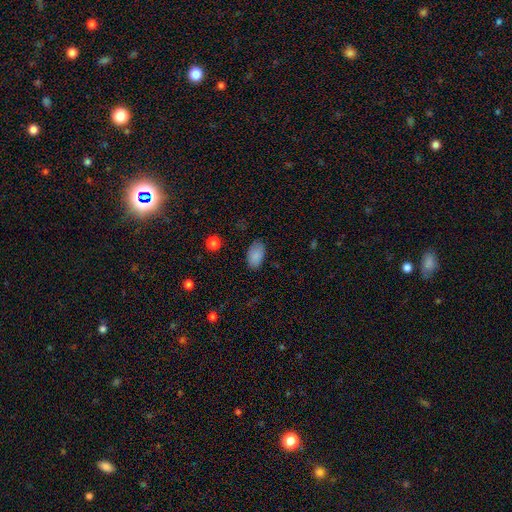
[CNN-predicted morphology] A smooth galaxy with no disk features (86%) that is in between round and cigar-shaped (93%).

Vote fractions:
- Smooth or featured? smooth: 86% / star or artifact: 8% / featured or disk: 5%
- How rounded? in between: 93% / round: 6% / cigar-shaped: 2%
- Merging? none: 82% / minor disturbance: 14% / major disturbance: 3% / merger: 1%